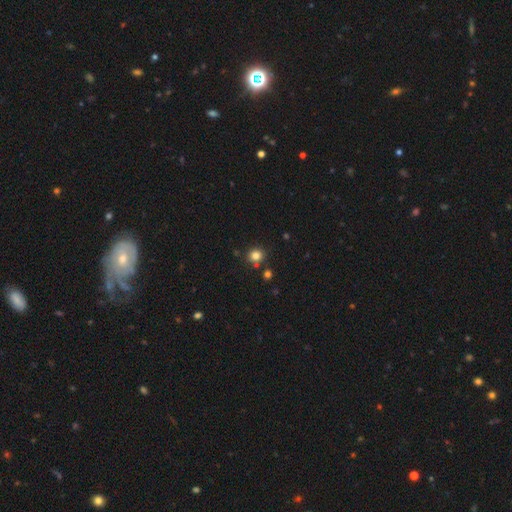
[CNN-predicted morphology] The model was most divided on "smooth or featured": smooth: 81%, star or artifact: 14%, featured or disk: 5%. More confident: how rounded — round (85%); merging — none (79%).